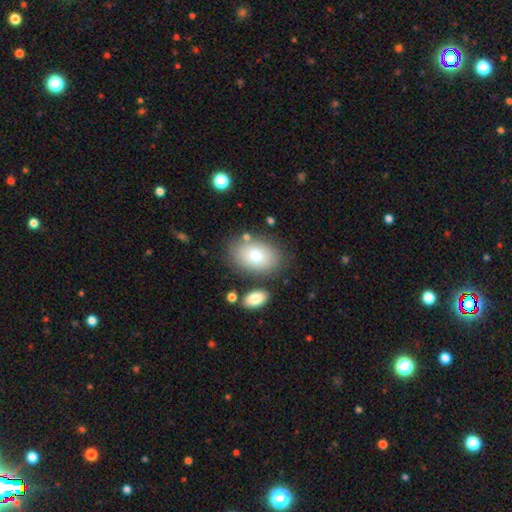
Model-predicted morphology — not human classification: Smooth or featured: smooth — 76% (featured or disk — 15%)
How rounded: in between — 84% (round — 15%)
Merging: none — 78% (minor disturbance — 12%)